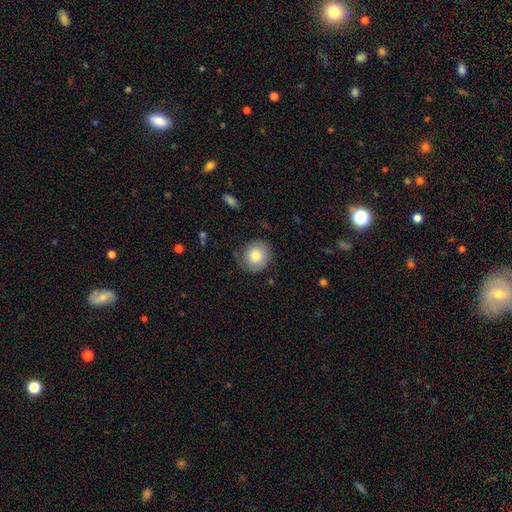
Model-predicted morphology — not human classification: Smooth or featured? Predicted: smooth (p=0.76). How rounded? Predicted: round (p=0.84). Merging? Predicted: none (p=0.78).